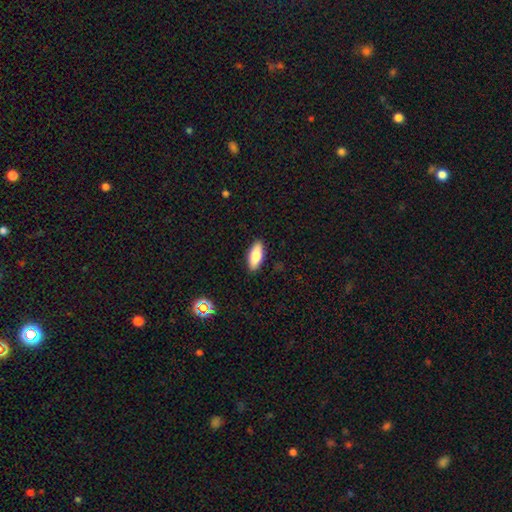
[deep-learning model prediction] Smooth or featured?
  - smooth: 79% *
  - featured or disk: 14%
  - star or artifact: 7%
How rounded?
  - in between: 78% *
  - cigar-shaped: 19%
  - round: 2%
Merging?
  - none: 89% *
  - minor disturbance: 8%
  - major disturbance: 2%
  - merger: 1%